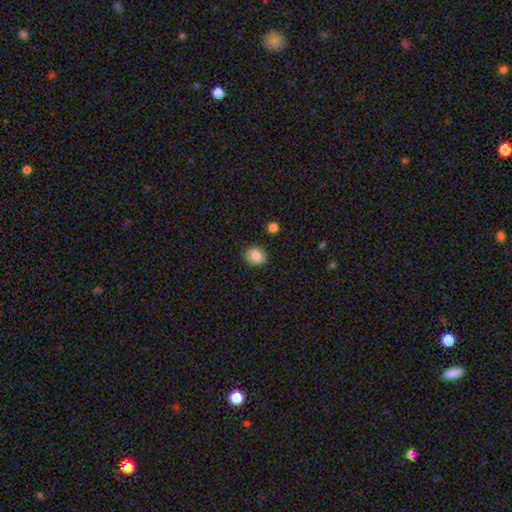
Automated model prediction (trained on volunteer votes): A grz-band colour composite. It shows a smooth galaxy with no disk features (84%) that is round (57%). Merging: none (86%).